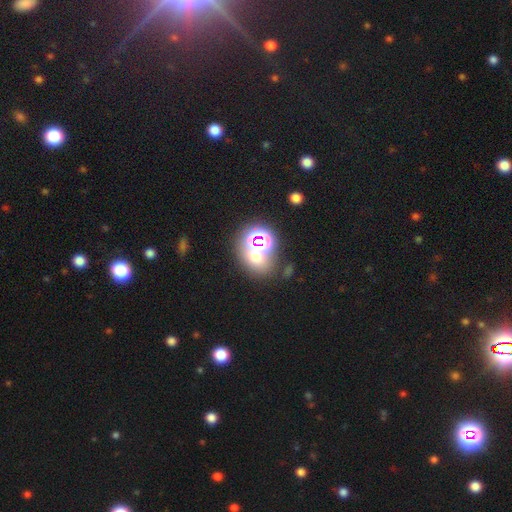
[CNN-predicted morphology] Smooth or featured?
  - smooth: 47% *
  - star or artifact: 39%
  - featured or disk: 14%
Merging?
  - none: 58% *
  - merger: 26%
  - minor disturbance: 10%
  - major disturbance: 6%